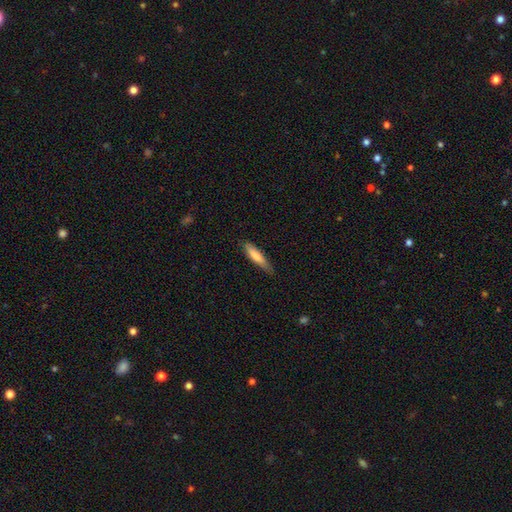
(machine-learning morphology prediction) type=smooth (76%); roundness=cigar-shaped (81%); merging=none (75%).